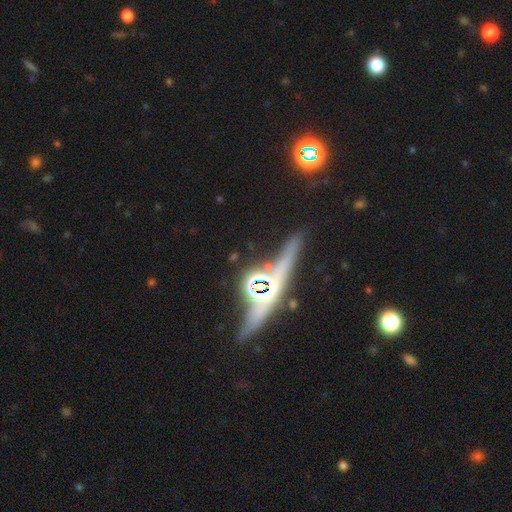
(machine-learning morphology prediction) Overall: featured or disk (60%; star or artifact 25%). Edge-on disk: yes (87%). Edge-on bulge: rounded (43%; none 40%). Merging: none (68%).